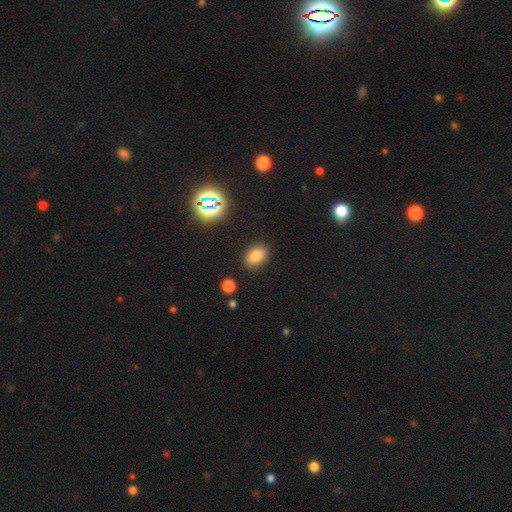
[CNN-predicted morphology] Overall: smooth (78%). How rounded: in between (84%). Merging: none (85%).